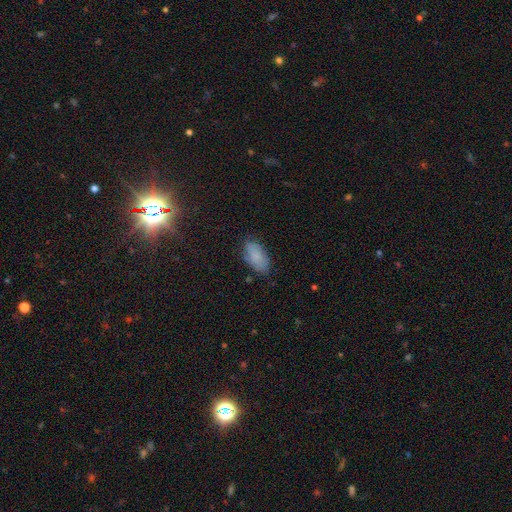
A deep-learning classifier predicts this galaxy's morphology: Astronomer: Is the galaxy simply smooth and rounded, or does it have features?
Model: smooth — 81%.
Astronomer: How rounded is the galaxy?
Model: in between — 93%.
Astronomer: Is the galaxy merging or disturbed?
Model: none — 76%.